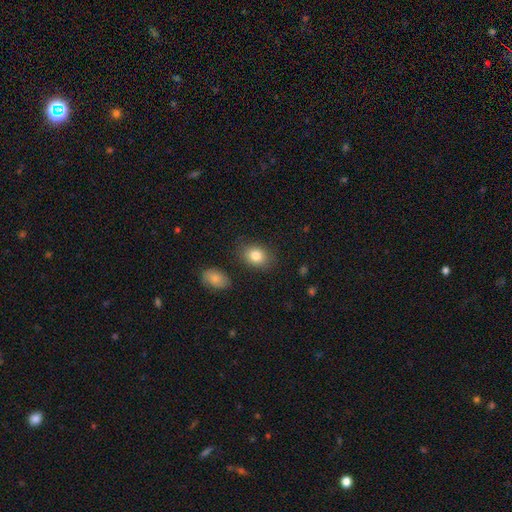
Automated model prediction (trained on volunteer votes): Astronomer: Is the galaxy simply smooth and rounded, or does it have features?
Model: smooth — 83%.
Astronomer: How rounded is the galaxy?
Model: in between — 70%.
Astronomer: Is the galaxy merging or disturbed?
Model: none — 82%.